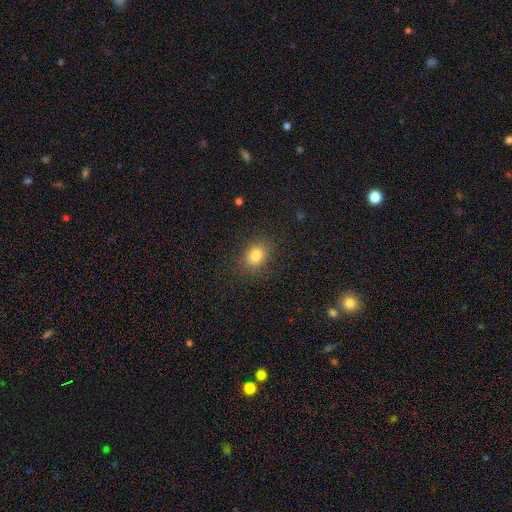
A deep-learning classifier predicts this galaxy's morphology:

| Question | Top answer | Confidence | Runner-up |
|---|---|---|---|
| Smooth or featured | smooth | 83% | star or artifact (11%) |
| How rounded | in between | 55% | round (44%) |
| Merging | none | 84% | minor disturbance (11%) |